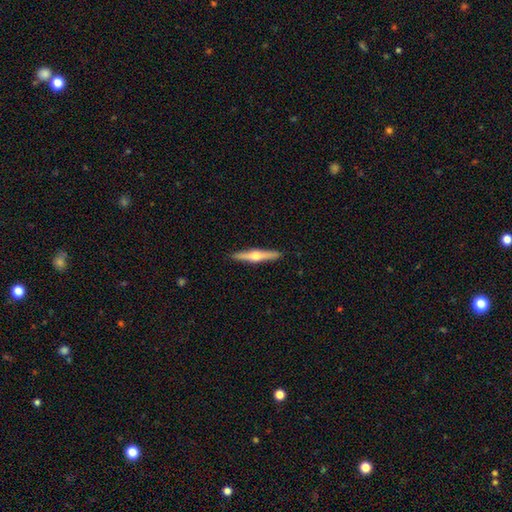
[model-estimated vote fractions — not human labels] Smooth or featured? Predicted: featured or disk (p=0.68). Edge-on disk? Predicted: yes (p=0.97). Edge-on bulge? Predicted: rounded (p=0.95). Merging? Predicted: none (p=0.91).